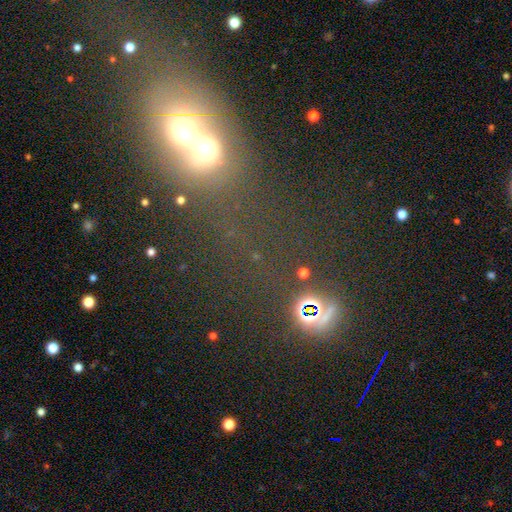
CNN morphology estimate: This is marginally a smooth galaxy (41%). Merging: likely merger (70%).